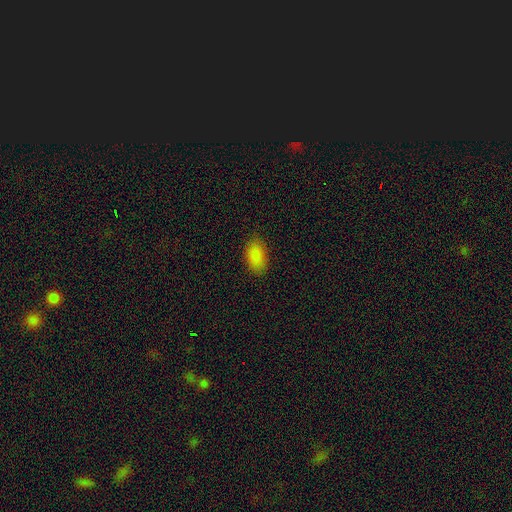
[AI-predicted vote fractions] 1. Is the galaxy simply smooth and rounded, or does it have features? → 88% smooth, 8% star or artifact, 4% featured or disk.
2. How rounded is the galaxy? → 92% in between, 6% round, 2% cigar-shaped.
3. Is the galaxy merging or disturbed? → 85% none, 12% minor disturbance, 3% major disturbance, 1% merger.